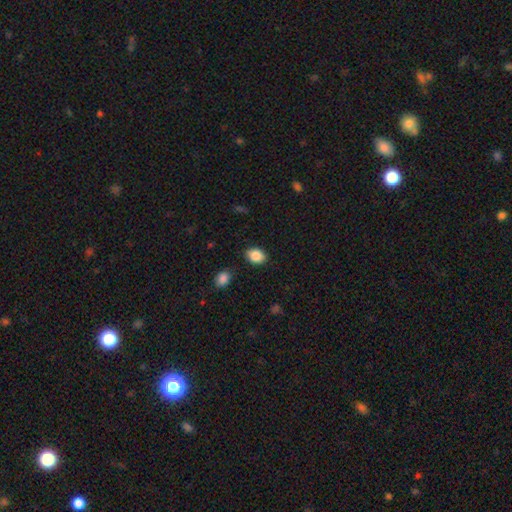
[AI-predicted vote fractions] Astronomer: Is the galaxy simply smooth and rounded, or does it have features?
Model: smooth — 87%.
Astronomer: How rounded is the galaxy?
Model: in between — 69%.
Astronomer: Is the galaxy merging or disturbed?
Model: none — 86%.